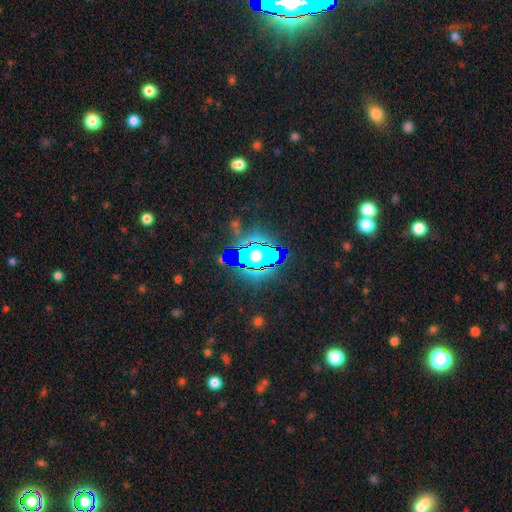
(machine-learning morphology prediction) Smooth or featured?
  - star or artifact: 54% *
  - smooth: 25%
  - featured or disk: 21%